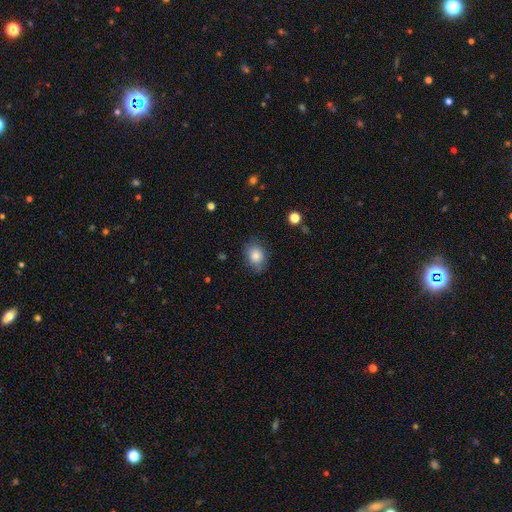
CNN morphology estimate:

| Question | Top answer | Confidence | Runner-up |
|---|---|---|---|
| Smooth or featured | smooth | 82% | featured or disk (9%) |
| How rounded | in between | 59% | round (40%) |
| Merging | none | 77% | minor disturbance (18%) |